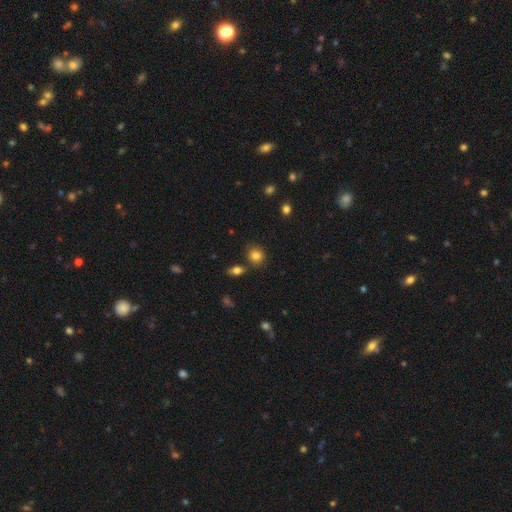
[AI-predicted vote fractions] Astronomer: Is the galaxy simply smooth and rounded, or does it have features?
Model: smooth — 82%.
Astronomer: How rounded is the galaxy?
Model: round — 79%.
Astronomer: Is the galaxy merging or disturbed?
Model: none — 78%.